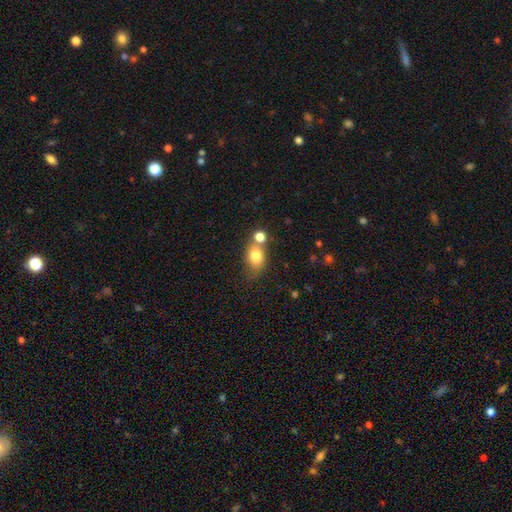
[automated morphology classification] This appears to be a smooth galaxy with no disk features (79%) that is in between round and cigar-shaped (63%). Merging: none (46%).